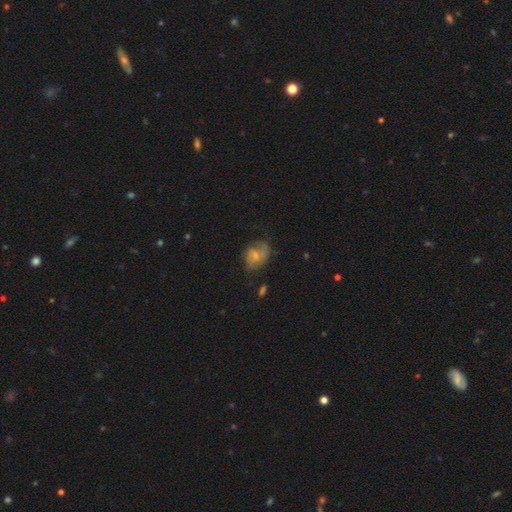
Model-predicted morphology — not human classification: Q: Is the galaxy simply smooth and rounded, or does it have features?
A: featured or disk — 49%.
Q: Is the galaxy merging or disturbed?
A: none — 49%.